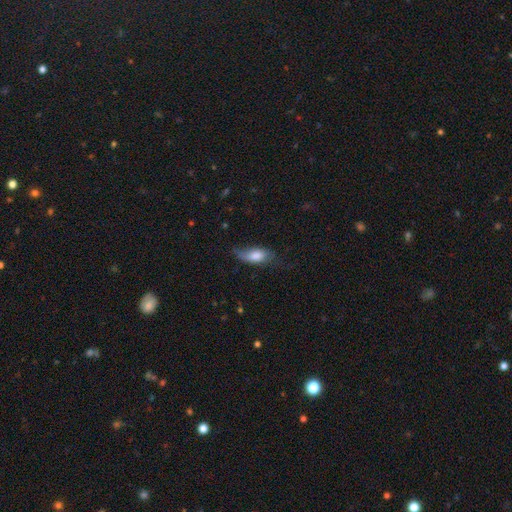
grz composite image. It shows a smooth galaxy with no disk features (58%) that is in between round and cigar-shaped (82%). Merging: minor disturbance (44%).